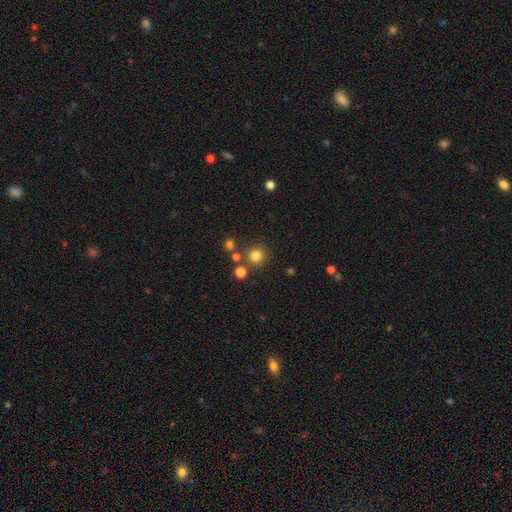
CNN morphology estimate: smooth 80%, star or artifact 15%, featured or disk 6%. Down the decision tree: how rounded — round (91%); merging — none (80%).